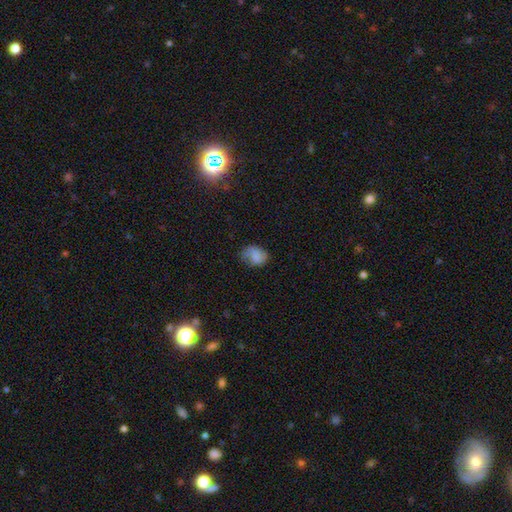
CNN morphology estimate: Q: Smooth or featured?
A: smooth (71%); runner-up: featured or disk (20%)
Q: How rounded?
A: in between (61%); runner-up: round (38%)
Q: Merging?
A: none (48%); runner-up: minor disturbance (33%)